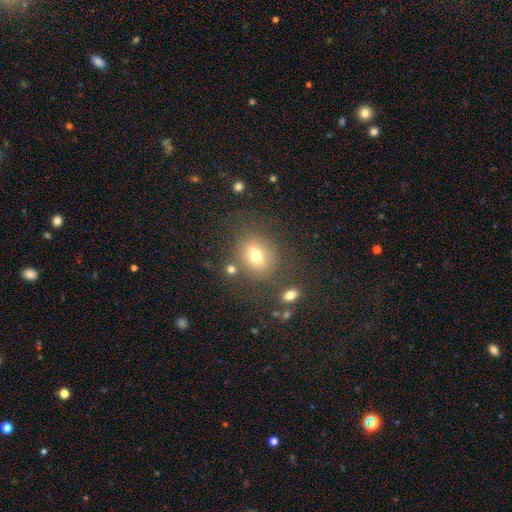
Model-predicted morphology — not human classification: Overall: smooth (70%). How rounded: round (64%; in between 35%). Merging: none (71%).